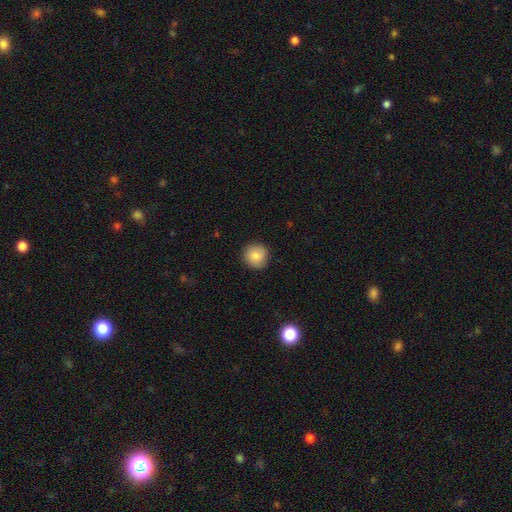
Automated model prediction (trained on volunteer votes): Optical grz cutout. It shows a smooth galaxy with no disk features (81%) that is round (93%). Merging: none (87%).